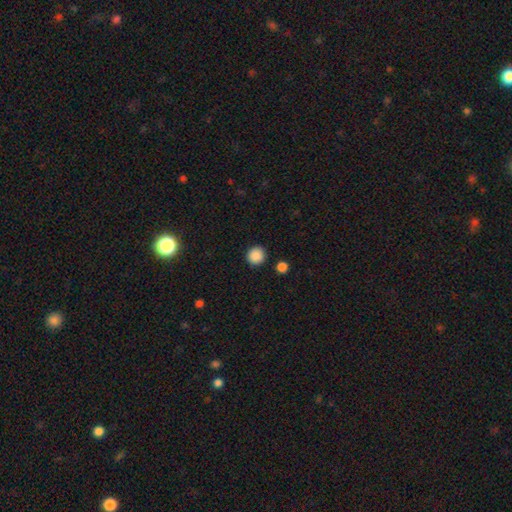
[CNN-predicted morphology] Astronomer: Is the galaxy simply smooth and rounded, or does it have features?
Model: smooth — 88%.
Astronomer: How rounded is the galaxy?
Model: round — 92%.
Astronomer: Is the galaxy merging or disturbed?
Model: none — 90%.